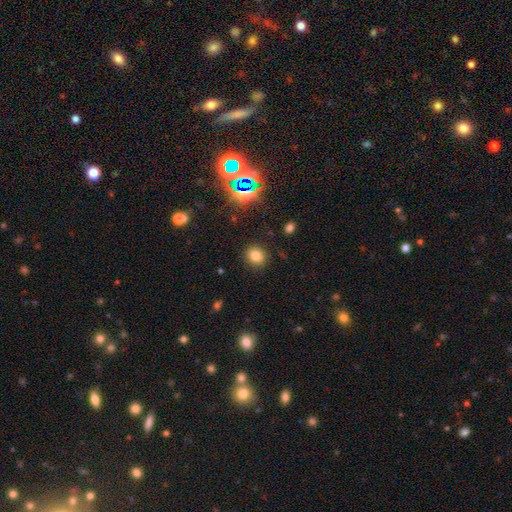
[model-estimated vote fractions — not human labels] This is likely a smooth galaxy (77%). How rounded: likely round (80%). Merging: clearly none (89%).